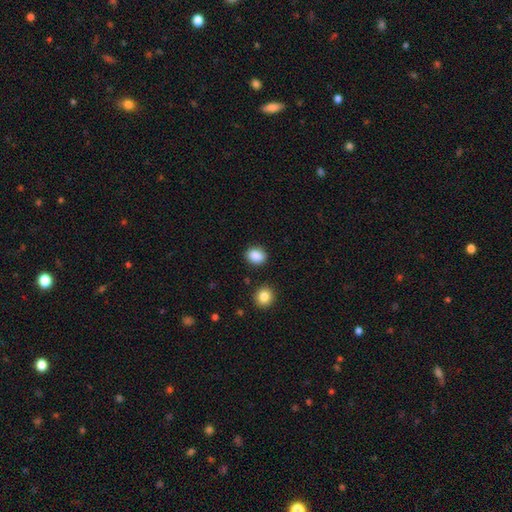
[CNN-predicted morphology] Smooth or featured? smooth (88%)
How rounded? round (50%)
Merging? none (85%)